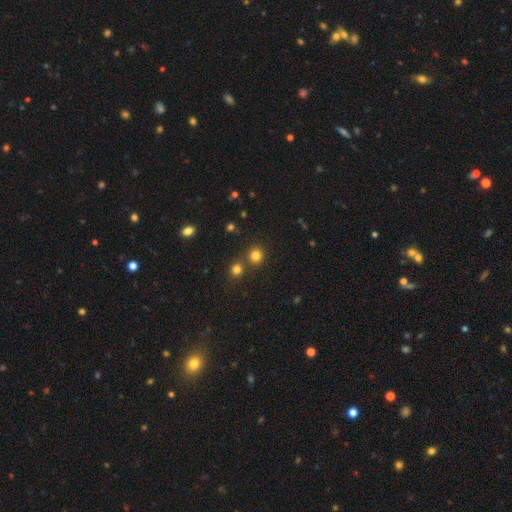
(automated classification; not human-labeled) Smooth or featured: smooth — 80% (star or artifact — 15%)
How rounded: round — 89% (in between — 10%)
Merging: none — 75% (merger — 16%)